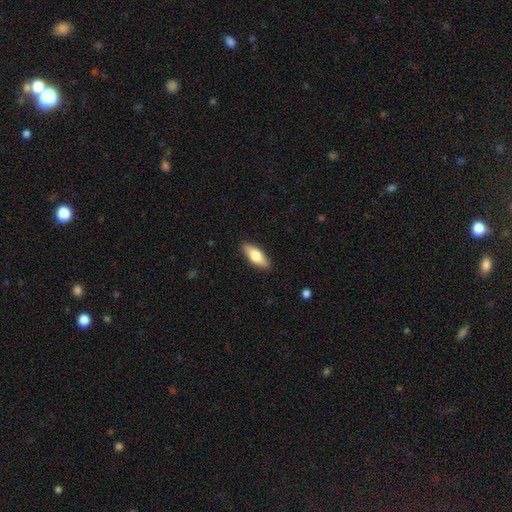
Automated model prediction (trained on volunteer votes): This appears to be a smooth galaxy with no disk features (74%) that is in between round and cigar-shaped (74%). Merging: none (88%).